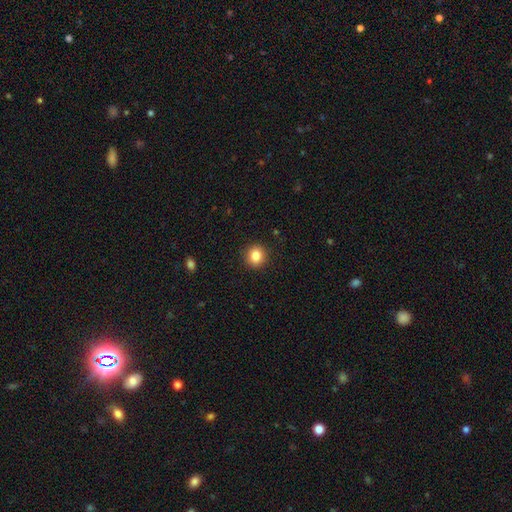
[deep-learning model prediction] This appears to be a smooth galaxy with no disk features (85%) that is round (85%). Merging: none (91%).